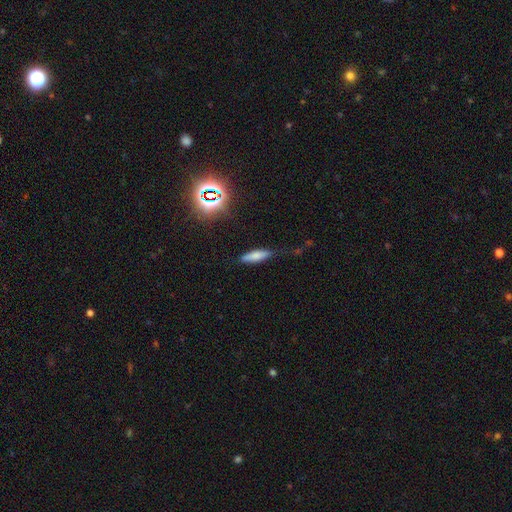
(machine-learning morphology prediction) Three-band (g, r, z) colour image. It shows a smooth galaxy with no disk features (70%) that is cigar-shaped (60%). Merging: none (69%).